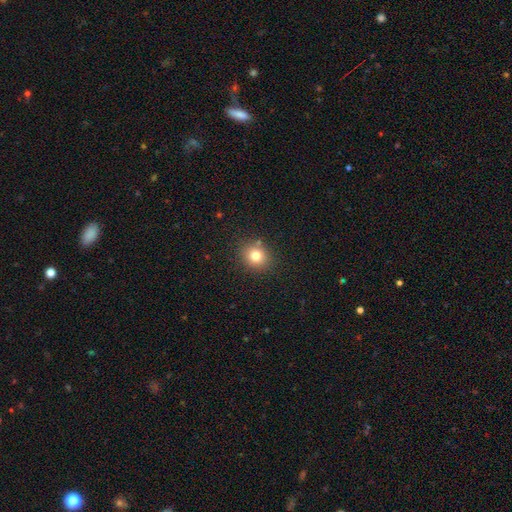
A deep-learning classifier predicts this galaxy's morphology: A smooth galaxy with no disk features (80%) that is round (79%). Merging: none (84%).